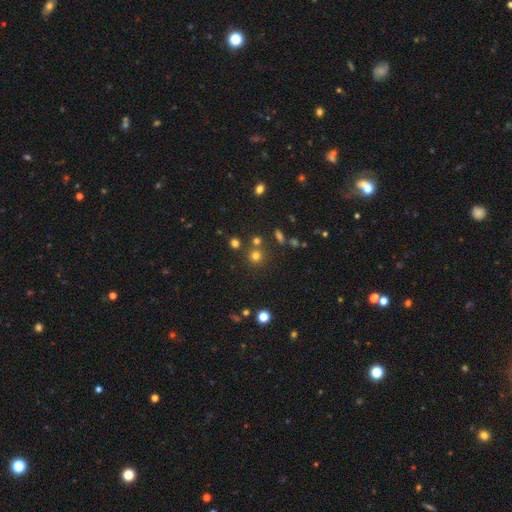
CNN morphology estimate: This is likely a smooth galaxy (71%). How rounded: clearly round (92%). Merging: likely none (75%).